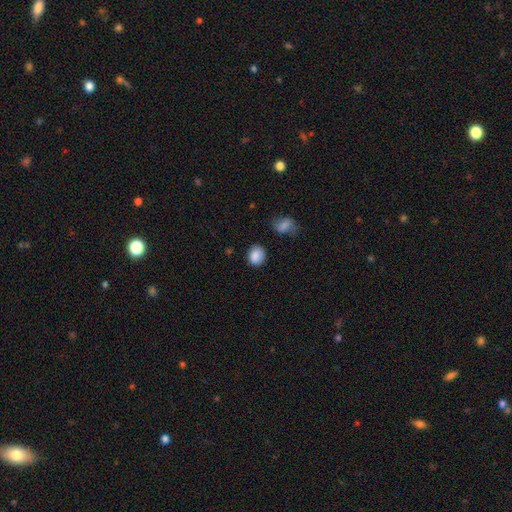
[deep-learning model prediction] smooth-or-featured: smooth: 87% | star or artifact: 8% | featured or disk: 5%
  how-rounded: round: 58% | in between: 41% | cigar-shaped: 1%
  merging: none: 81% | minor disturbance: 12% | major disturbance: 3% | merger: 3%